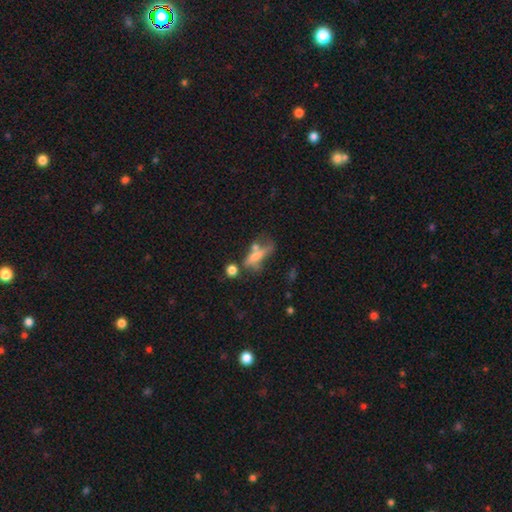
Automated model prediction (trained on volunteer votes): Smooth or featured? Predicted: smooth (p=0.50). How rounded? Predicted: in between (p=0.48). Merging? Predicted: merger (p=0.29).